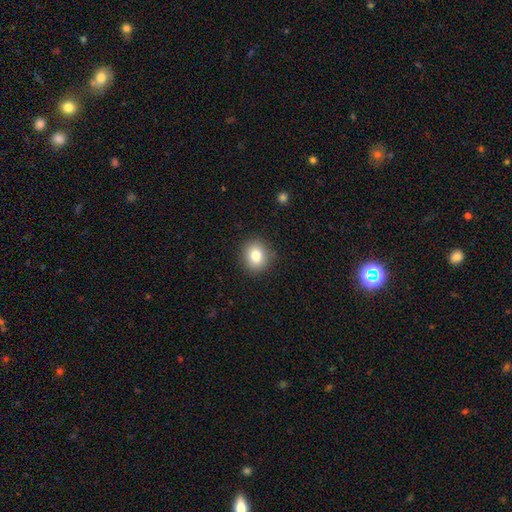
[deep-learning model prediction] Smooth or featured?
  - smooth: 81% *
  - star or artifact: 10%
  - featured or disk: 9%
How rounded?
  - round: 77% *
  - in between: 22%
  - cigar-shaped: 1%
Merging?
  - none: 89% *
  - minor disturbance: 8%
  - major disturbance: 2%
  - merger: 1%